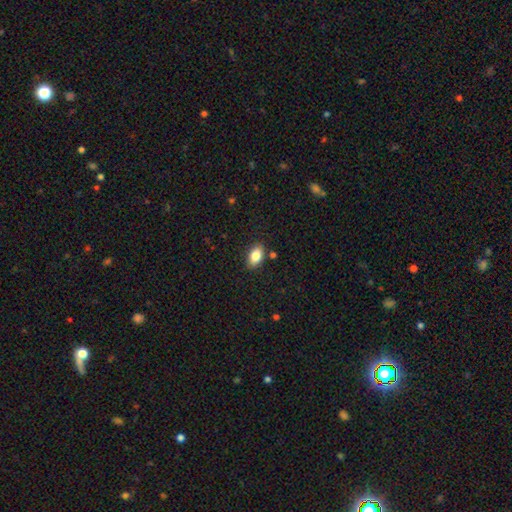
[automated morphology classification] smooth_or_featured: smooth (p=0.84) [alt: featured or disk p=0.09]
how_rounded: in between (p=0.91) [alt: round p=0.07]
merging: none (p=0.84) [alt: minor disturbance p=0.10]